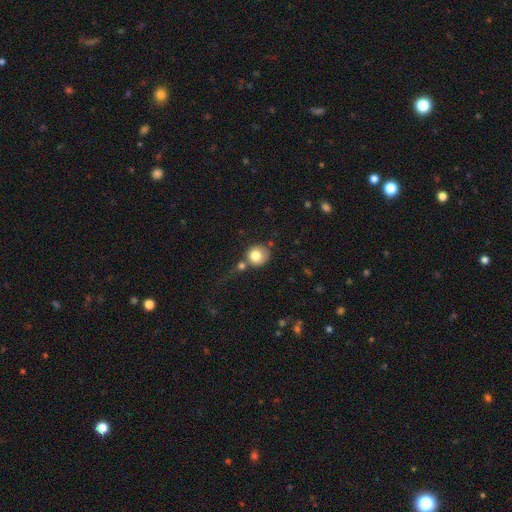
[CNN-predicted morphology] smooth_or_featured: smooth (p=0.78) [alt: featured or disk p=0.13]
how_rounded: round (p=0.85) [alt: in between p=0.14]
merging: none (p=0.49) [alt: merger p=0.23]